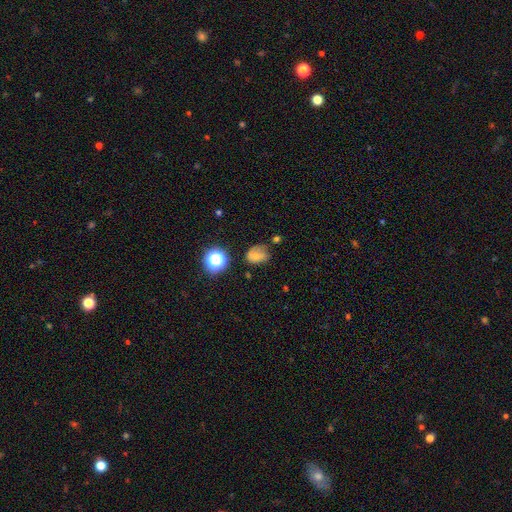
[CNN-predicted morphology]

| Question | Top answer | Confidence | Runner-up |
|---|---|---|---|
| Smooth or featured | smooth | 61% | featured or disk (21%) |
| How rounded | in between | 56% | round (42%) |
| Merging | none | 46% | minor disturbance (34%) |